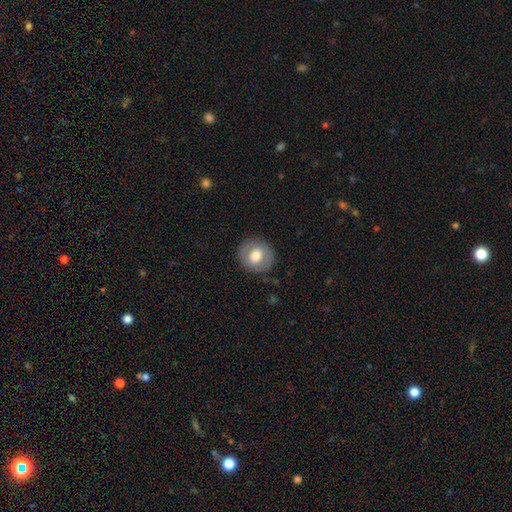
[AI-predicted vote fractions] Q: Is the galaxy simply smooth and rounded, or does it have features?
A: smooth — 62%.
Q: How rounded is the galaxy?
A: round — 87%.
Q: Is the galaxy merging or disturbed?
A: none — 86%.